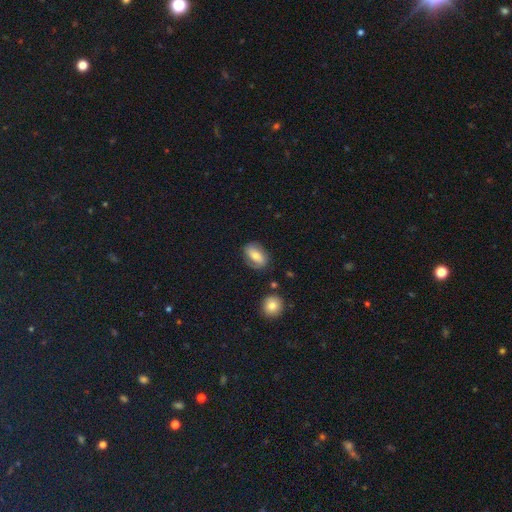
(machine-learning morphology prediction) This is possibly a smooth galaxy (55%). How rounded: clearly in between (81%). Merging: likely none (78%).